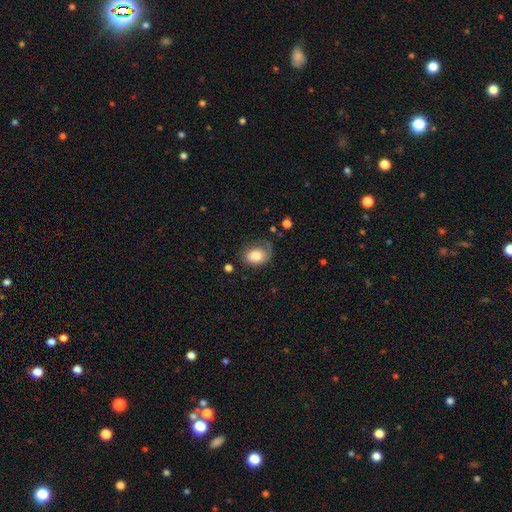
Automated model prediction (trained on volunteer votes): Q: Smooth or featured?
A: smooth (71%); runner-up: featured or disk (22%)
Q: How rounded?
A: in between (72%); runner-up: round (27%)
Q: Merging?
A: none (44%); runner-up: minor disturbance (30%)